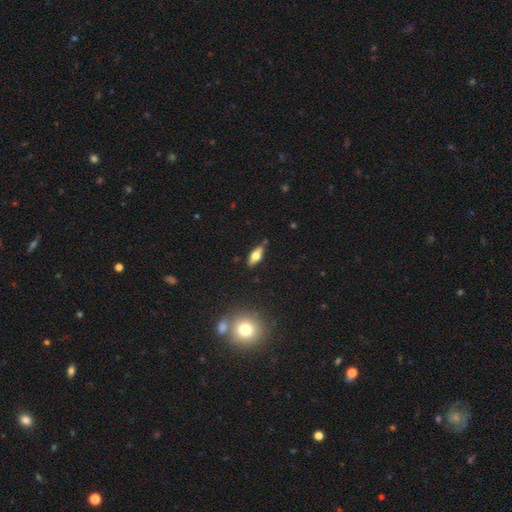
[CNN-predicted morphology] This is possibly a smooth galaxy (56%). How rounded: likely in between (71%). Merging: clearly none (83%).